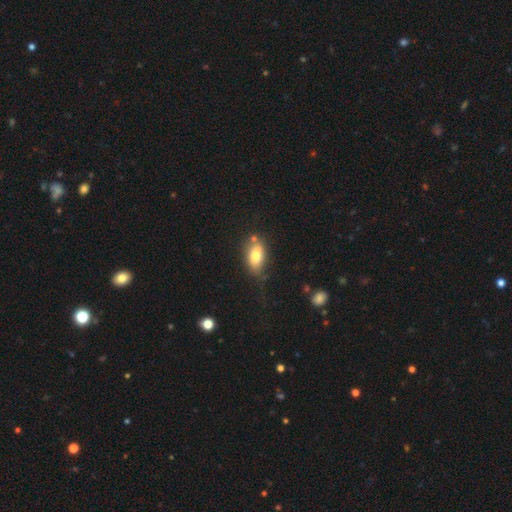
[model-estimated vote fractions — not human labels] Smooth or featured?
  - smooth: 74% *
  - featured or disk: 17%
  - star or artifact: 9%
How rounded?
  - in between: 86% *
  - round: 9%
  - cigar-shaped: 5%
Merging?
  - none: 56% *
  - minor disturbance: 22%
  - merger: 14%
  - major disturbance: 7%